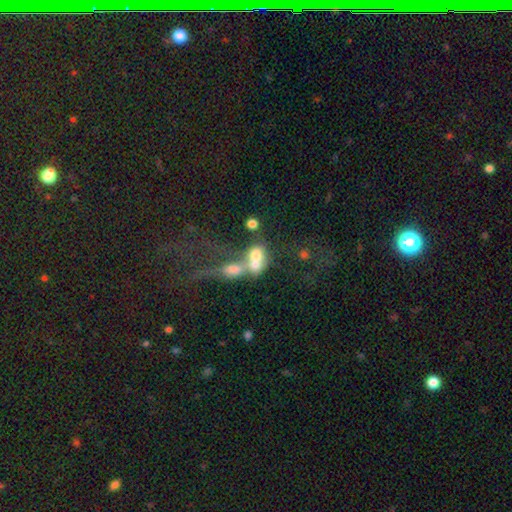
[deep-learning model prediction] smooth 58%, featured or disk 28%, star or artifact 15%. Down the decision tree: how rounded — in between (53%); merging — merger (70%).